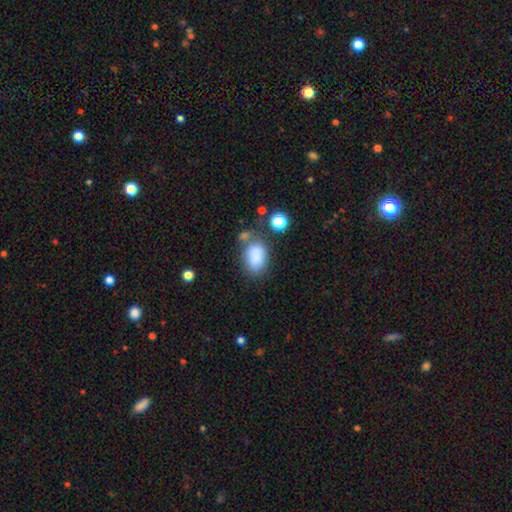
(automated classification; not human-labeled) A smooth galaxy with no disk features (84%) that is in between round and cigar-shaped (85%).

Vote fractions:
- Smooth or featured? smooth: 84% / star or artifact: 9% / featured or disk: 7%
- How rounded? in between: 85% / round: 14% / cigar-shaped: 1%
- Merging? none: 56% / minor disturbance: 19% / merger: 16% / major disturbance: 8%